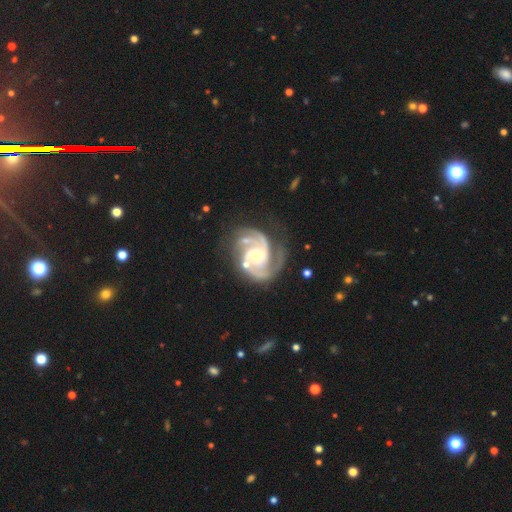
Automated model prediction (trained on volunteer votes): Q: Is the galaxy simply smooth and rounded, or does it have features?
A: featured or disk — 93%.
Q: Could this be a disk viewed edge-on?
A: no — 98%.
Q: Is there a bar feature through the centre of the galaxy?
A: no — 61%.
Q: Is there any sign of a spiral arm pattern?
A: yes — 99%.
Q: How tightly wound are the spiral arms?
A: medium — 50%.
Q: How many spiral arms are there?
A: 2 — 53%.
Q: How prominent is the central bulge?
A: small — 65%.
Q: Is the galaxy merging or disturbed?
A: none — 64%.